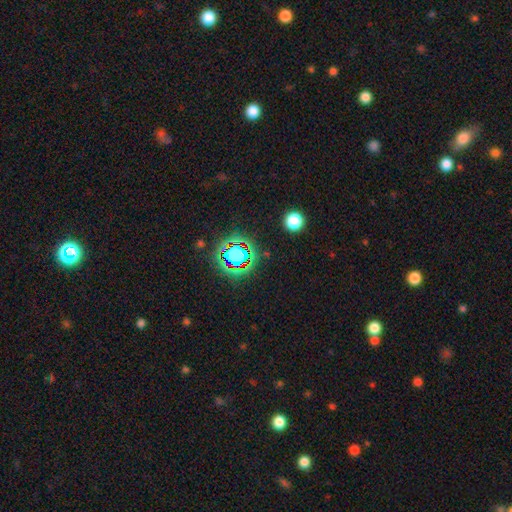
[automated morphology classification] A star or artifact, not a galaxy (78%).

Vote fractions:
- Smooth or featured? star or artifact: 78% / smooth: 14% / featured or disk: 8%